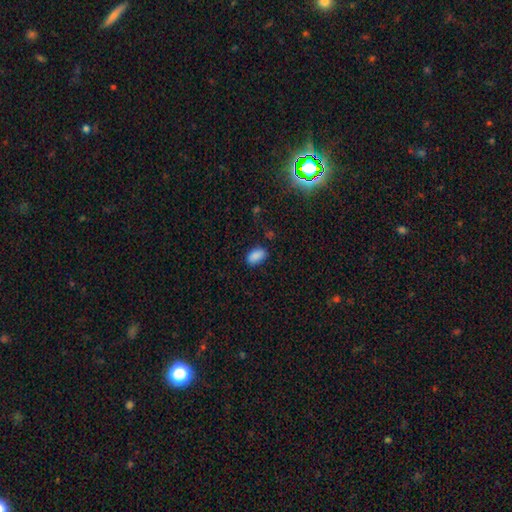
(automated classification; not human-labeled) Smooth or featured: smooth — 87% (star or artifact — 9%)
How rounded: in between — 92% (round — 6%)
Merging: none — 78% (minor disturbance — 16%)